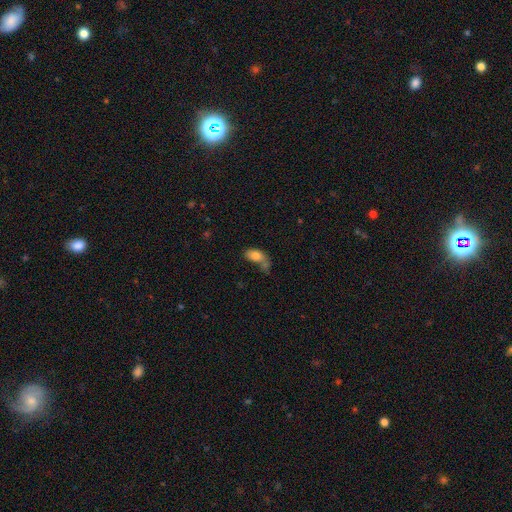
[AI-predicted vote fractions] Q: Smooth or featured?
A: smooth (77%); runner-up: featured or disk (14%)
Q: How rounded?
A: in between (89%); runner-up: round (8%)
Q: Merging?
A: merger (35%); runner-up: none (29%)